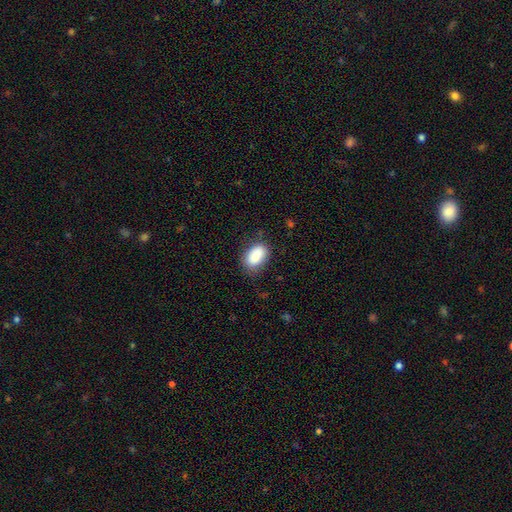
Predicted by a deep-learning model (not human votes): Morphology: type=smooth (87%); roundness=in between (90%); merging=none (73%).